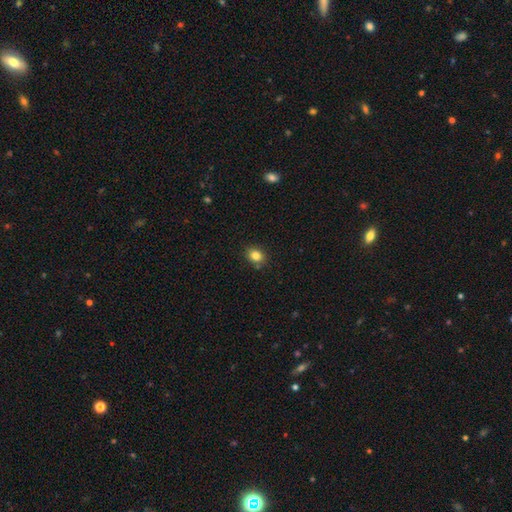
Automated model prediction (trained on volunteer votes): Smooth or featured?
  - smooth: 82% *
  - star or artifact: 11%
  - featured or disk: 7%
How rounded?
  - round: 54% *
  - in between: 46%
  - cigar-shaped: 1%
Merging?
  - none: 83% *
  - minor disturbance: 11%
  - merger: 4%
  - major disturbance: 2%